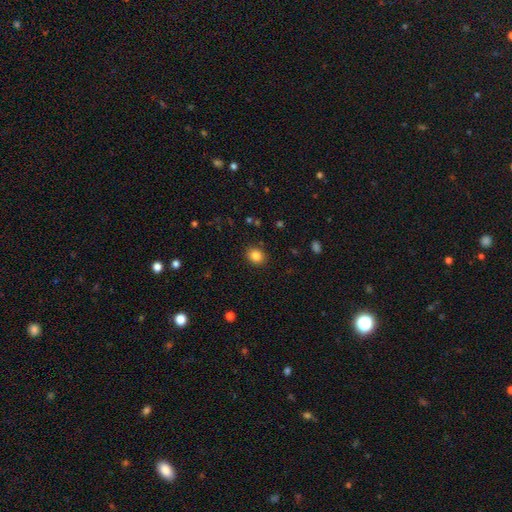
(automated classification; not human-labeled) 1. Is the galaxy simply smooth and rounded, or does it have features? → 83% smooth, 11% star or artifact, 6% featured or disk.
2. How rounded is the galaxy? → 70% round, 29% in between, 1% cigar-shaped.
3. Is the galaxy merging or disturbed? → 89% none, 7% minor disturbance, 2% major disturbance, 1% merger.